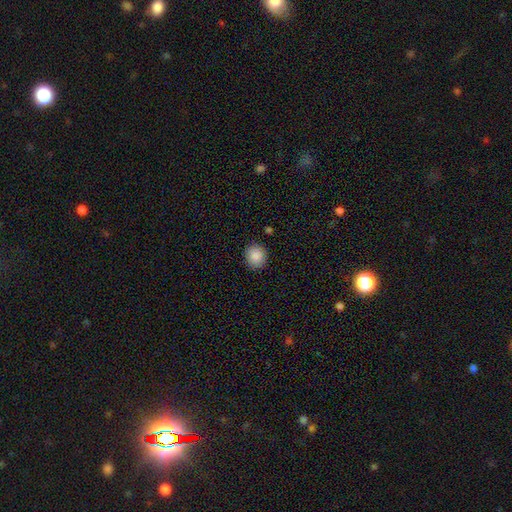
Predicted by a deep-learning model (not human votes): smooth-or-featured: smooth: 88% | star or artifact: 8% | featured or disk: 4%
  how-rounded: round: 86% | in between: 14% | cigar-shaped: 1%
  merging: none: 90% | minor disturbance: 7% | major disturbance: 2% | merger: 1%